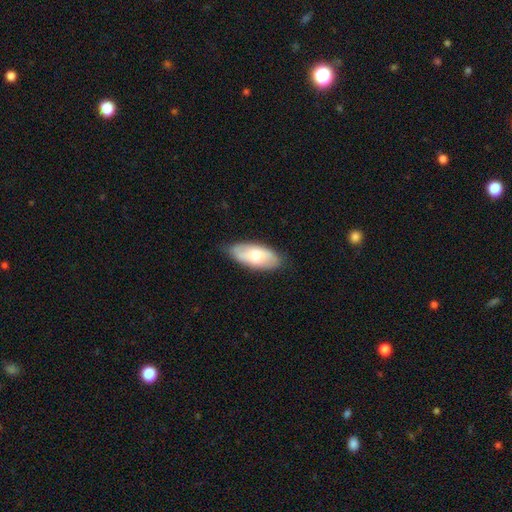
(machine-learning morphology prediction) type=smooth (63%); roundness=in between (89%); merging=none (79%).